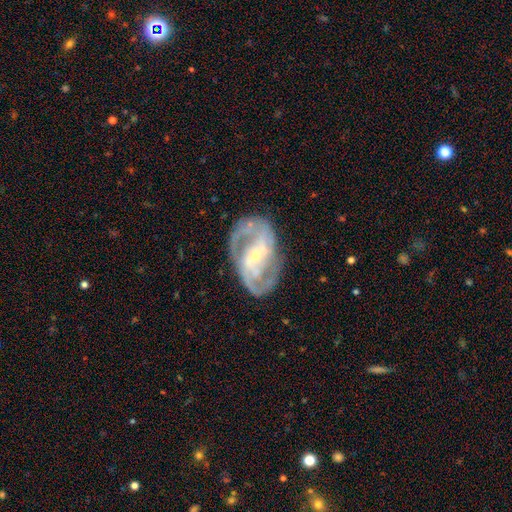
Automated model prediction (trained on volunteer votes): A featured or disk galaxy (87%) with a strong bar (43%), 2 (77%) medium (51%) spiral arms (93%) and a small central bulge (69%). Merging: none (73%).